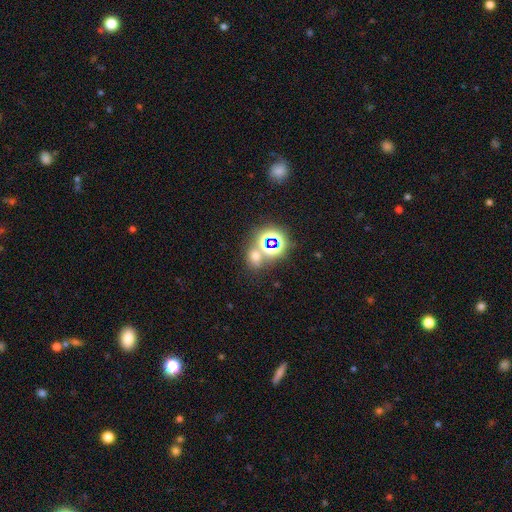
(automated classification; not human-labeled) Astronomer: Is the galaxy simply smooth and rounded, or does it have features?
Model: smooth — 47% (runner-up: star or artifact, 45%).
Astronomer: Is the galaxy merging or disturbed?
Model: none — 63%.